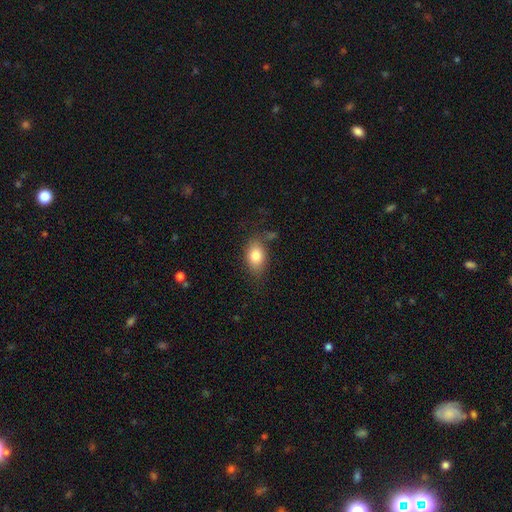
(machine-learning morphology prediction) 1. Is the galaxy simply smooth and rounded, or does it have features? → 81% smooth, 11% featured or disk, 8% star or artifact.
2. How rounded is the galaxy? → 82% in between, 16% round, 2% cigar-shaped.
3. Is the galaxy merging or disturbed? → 71% none, 19% minor disturbance, 6% major disturbance, 4% merger.